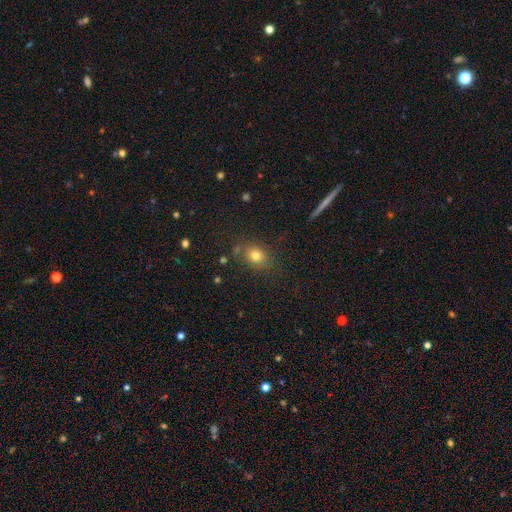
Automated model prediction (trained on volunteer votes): Smooth or featured?
  - smooth: 76% *
  - star or artifact: 15%
  - featured or disk: 10%
How rounded?
  - round: 57% *
  - in between: 42%
  - cigar-shaped: 1%
Merging?
  - none: 77% *
  - minor disturbance: 15%
  - major disturbance: 5%
  - merger: 4%